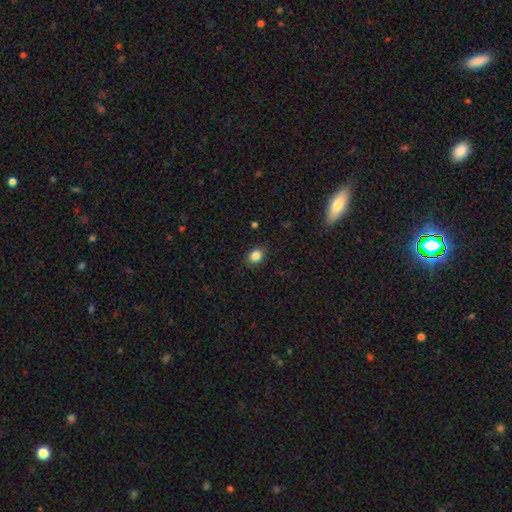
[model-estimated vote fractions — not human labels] Smooth or featured? Predicted: smooth (p=0.84). How rounded? Predicted: in between (p=0.59). Merging? Predicted: none (p=0.86).